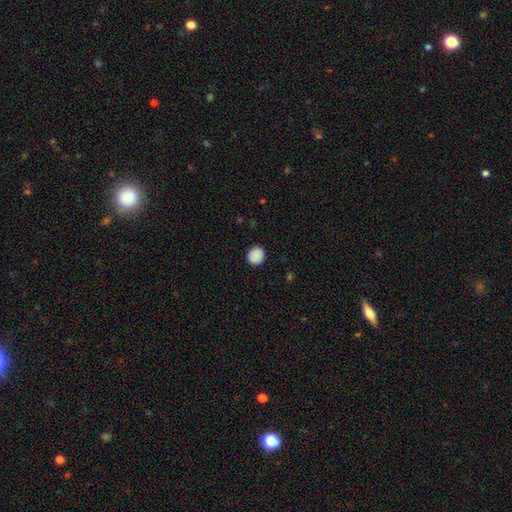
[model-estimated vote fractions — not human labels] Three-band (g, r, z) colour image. It shows a smooth galaxy with no disk features (89%) that is round (82%). Merging: none (89%).